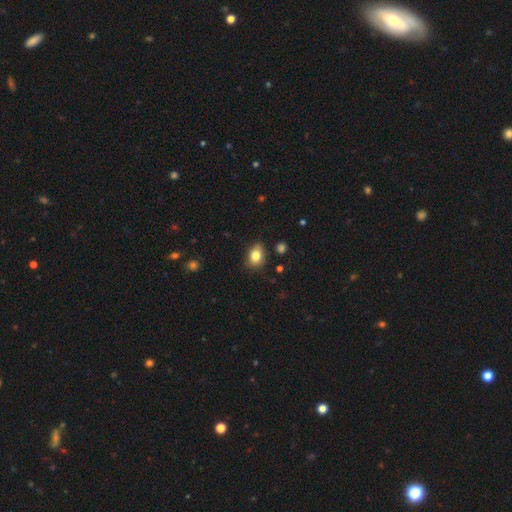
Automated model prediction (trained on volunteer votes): Overall: smooth (81%). How rounded: in between (65%; round 34%). Merging: none (75%).